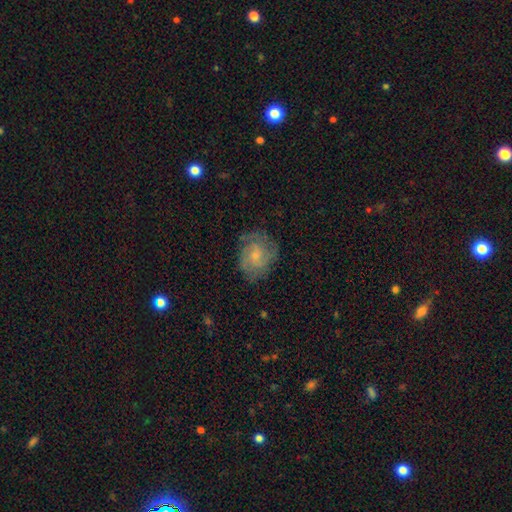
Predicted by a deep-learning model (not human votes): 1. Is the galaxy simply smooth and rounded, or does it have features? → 64% featured or disk, 28% smooth, 8% star or artifact.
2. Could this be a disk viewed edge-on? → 98% no, 2% yes.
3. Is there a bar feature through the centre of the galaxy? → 67% no, 29% weak, 4% strong.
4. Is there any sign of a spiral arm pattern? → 88% yes, 12% no.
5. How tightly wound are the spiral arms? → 50% tight, 39% medium, 11% loose.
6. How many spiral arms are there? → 37% 2, 32% can't tell, 18% 3, 5% 4, 5% 1, 4% more than 4.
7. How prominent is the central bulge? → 64% small, 27% moderate, 7% none, 2% large, 1% dominant.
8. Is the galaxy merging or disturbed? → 72% none, 19% minor disturbance, 7% major disturbance, 1% merger.